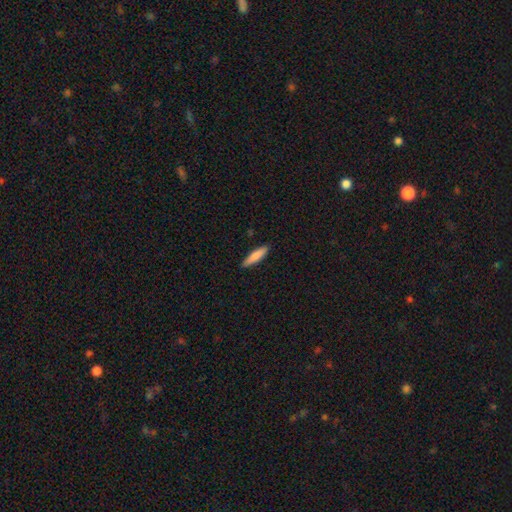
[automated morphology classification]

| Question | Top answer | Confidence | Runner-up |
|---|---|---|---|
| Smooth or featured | smooth | 80% | featured or disk (15%) |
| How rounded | cigar-shaped | 80% | in between (19%) |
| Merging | none | 88% | minor disturbance (9%) |